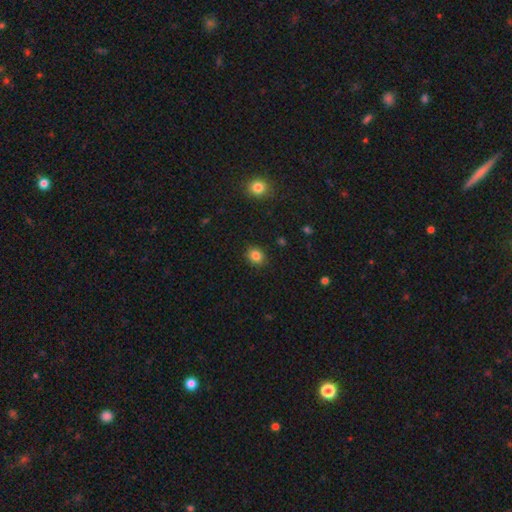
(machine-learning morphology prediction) A smooth galaxy with no disk features (84%) that is round (70%).

Vote fractions:
- Smooth or featured? smooth: 84% / star or artifact: 11% / featured or disk: 5%
- How rounded? round: 70% / in between: 29% / cigar-shaped: 1%
- Merging? none: 90% / minor disturbance: 7% / major disturbance: 2% / merger: 1%